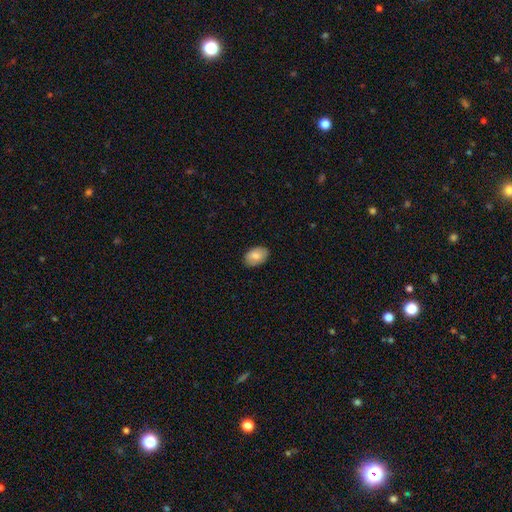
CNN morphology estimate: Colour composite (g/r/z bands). It shows a smooth galaxy with no disk features (79%) that is in between round and cigar-shaped (88%). Merging: none (86%).